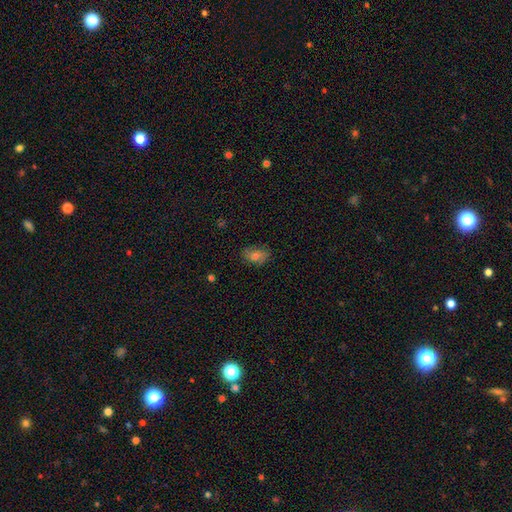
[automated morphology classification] A smooth galaxy with no disk features (72%) that is in between round and cigar-shaped (82%). Merging: none (75%).